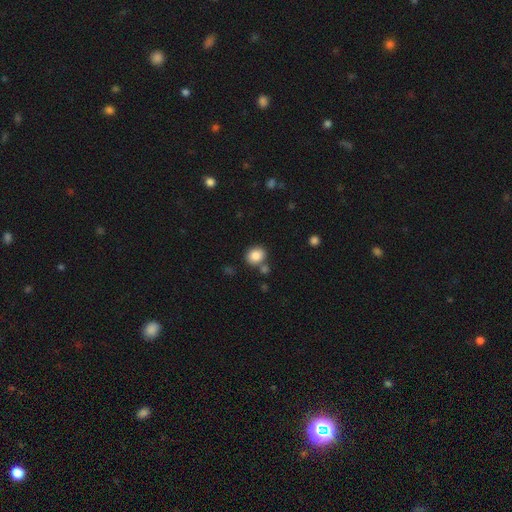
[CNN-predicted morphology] A smooth galaxy with no disk features (86%) that is round (68%).

Vote fractions:
- Smooth or featured? smooth: 86% / star or artifact: 9% / featured or disk: 5%
- How rounded? round: 68% / in between: 32% / cigar-shaped: 1%
- Merging? none: 73% / merger: 12% / minor disturbance: 11% / major disturbance: 3%